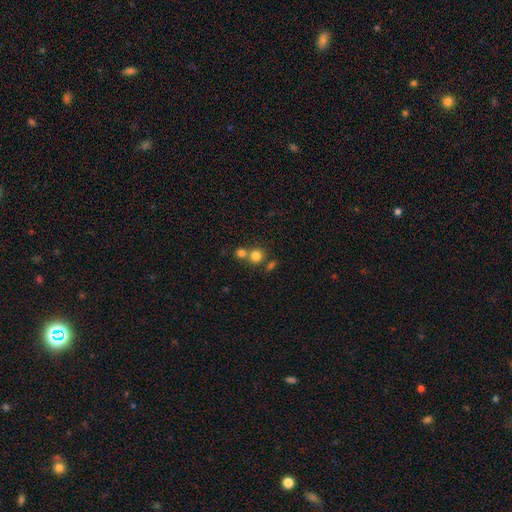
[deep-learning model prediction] Smooth or featured?
  - smooth: 80% *
  - star or artifact: 13%
  - featured or disk: 8%
How rounded?
  - round: 87% *
  - in between: 12%
  - cigar-shaped: 1%
Merging?
  - none: 54% *
  - merger: 36%
  - minor disturbance: 7%
  - major disturbance: 3%